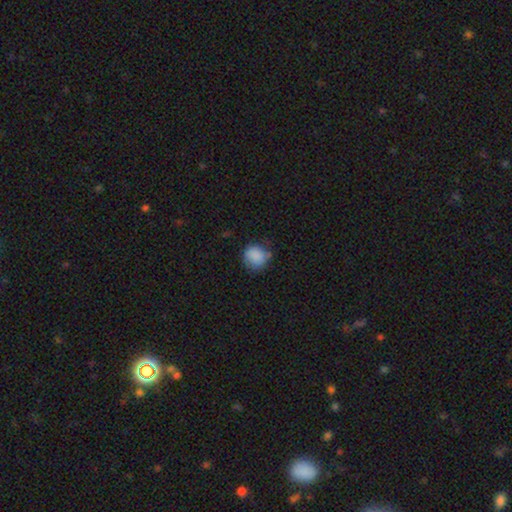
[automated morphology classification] The model was most divided on "merging": none: 63%, minor disturbance: 26%, major disturbance: 7%, merger: 4%. More confident: smooth or featured — smooth (85%); how rounded — round (82%).